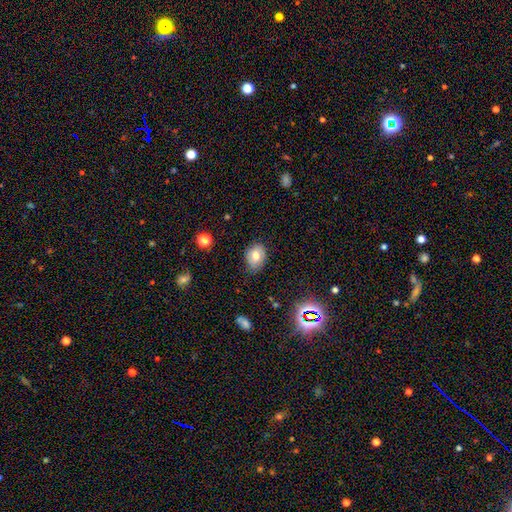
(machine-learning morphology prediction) Smooth or featured: smooth — 71% (featured or disk — 18%)
How rounded: in between — 63% (round — 36%)
Merging: none — 78% (minor disturbance — 18%)